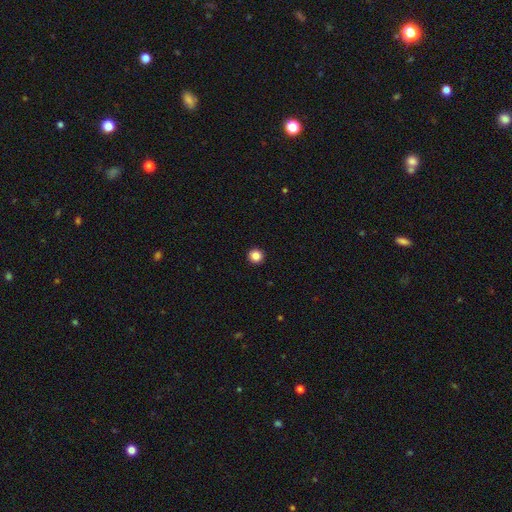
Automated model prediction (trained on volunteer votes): Smooth or featured? smooth (85%)
How rounded? round (96%)
Merging? none (94%)